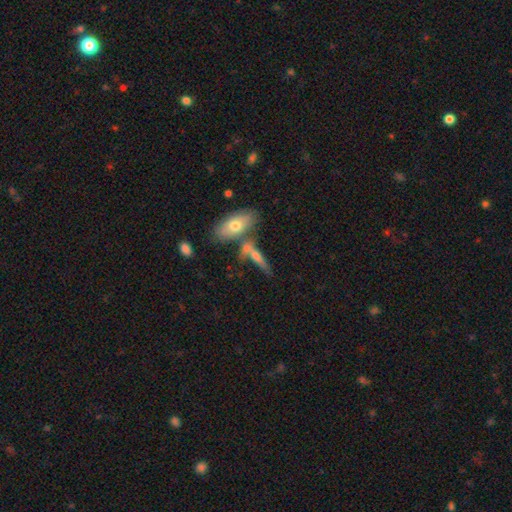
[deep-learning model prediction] Overall: smooth (54%; featured or disk 37%). How rounded: cigar-shaped (64%; in between 31%). Merging: none (47%; merger 34%).